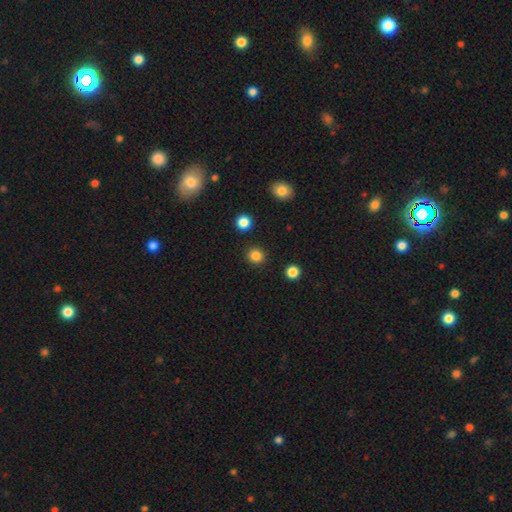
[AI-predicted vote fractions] Smooth or featured: smooth — 84% (star or artifact — 12%)
How rounded: round — 89% (in between — 10%)
Merging: none — 91% (minor disturbance — 5%)